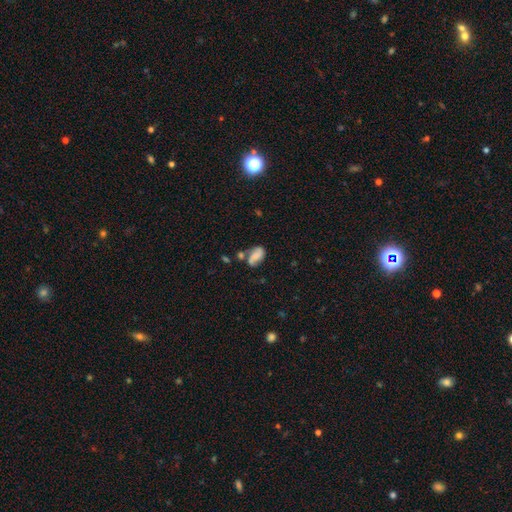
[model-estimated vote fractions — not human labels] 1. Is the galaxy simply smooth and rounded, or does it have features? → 59% smooth, 30% featured or disk, 11% star or artifact.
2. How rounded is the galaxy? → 90% in between, 8% round, 3% cigar-shaped.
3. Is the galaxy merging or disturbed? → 41% none, 25% minor disturbance, 22% merger, 12% major disturbance.